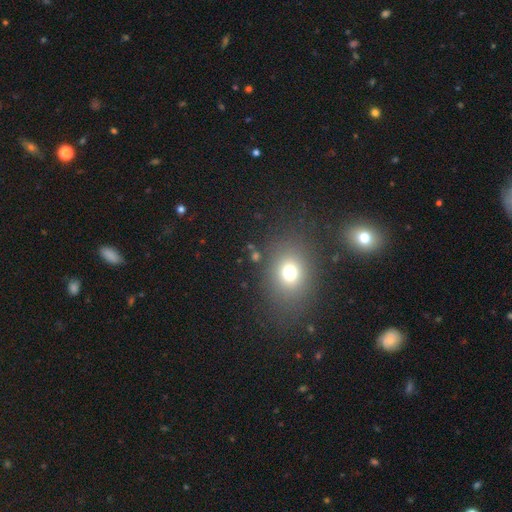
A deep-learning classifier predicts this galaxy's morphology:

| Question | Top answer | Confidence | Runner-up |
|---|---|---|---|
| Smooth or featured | smooth | 67% | star or artifact (23%) |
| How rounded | round | 54% | in between (45%) |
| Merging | none | 80% | minor disturbance (10%) |